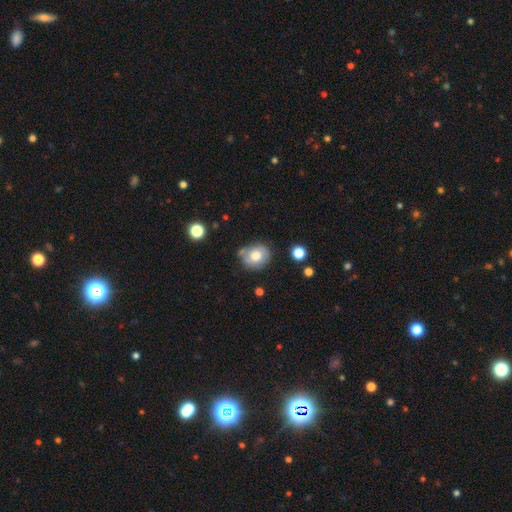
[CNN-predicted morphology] Smooth or featured? Predicted: smooth (p=0.71). How rounded? Predicted: round (p=0.66). Merging? Predicted: none (p=0.66).